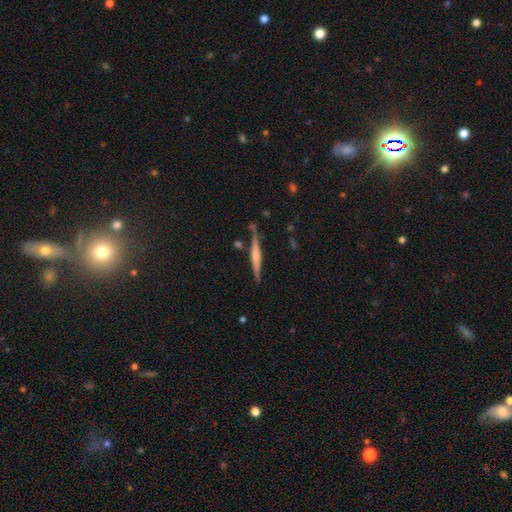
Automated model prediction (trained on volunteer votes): Q: Smooth or featured?
A: featured or disk (62%); runner-up: smooth (31%)
Q: Edge-on disk?
A: yes (97%); runner-up: no (3%)
Q: Edge-on bulge?
A: rounded (58%); runner-up: boxy (22%)
Q: Merging?
A: none (81%); runner-up: minor disturbance (12%)